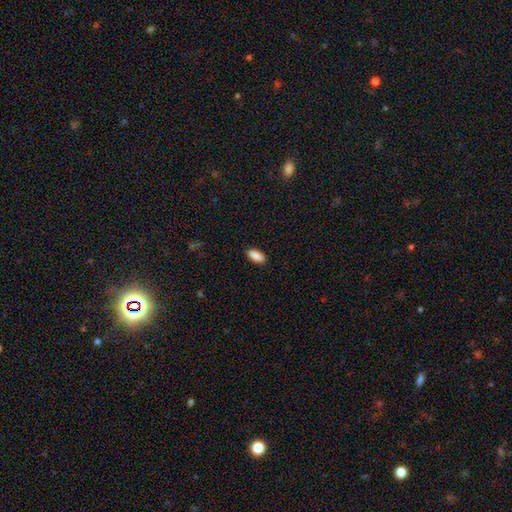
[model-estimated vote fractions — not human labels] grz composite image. It shows a smooth galaxy with no disk features (90%) that is in between round and cigar-shaped (88%). Merging: none (89%).